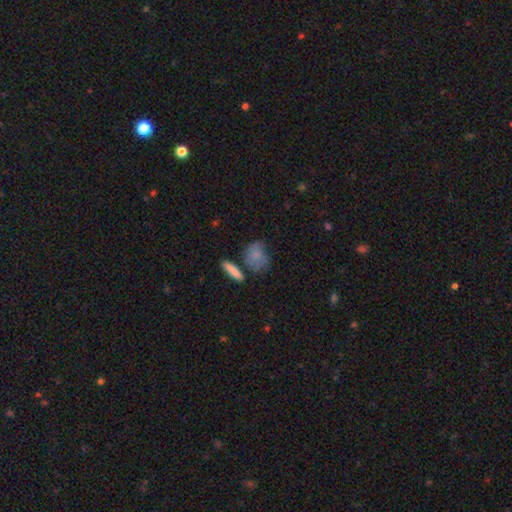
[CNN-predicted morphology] Overall: smooth (76%). How rounded: in between (61%; round 32%). Merging: none (51%; minor disturbance 25%).